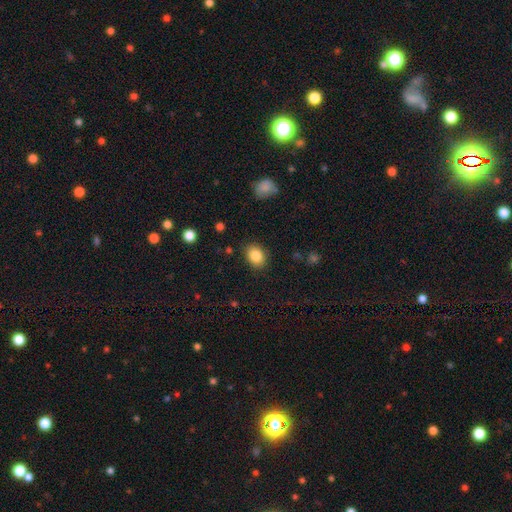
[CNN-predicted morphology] smooth 86%, star or artifact 9%, featured or disk 6%. Down the decision tree: how rounded — in between (60%); merging — none (86%).